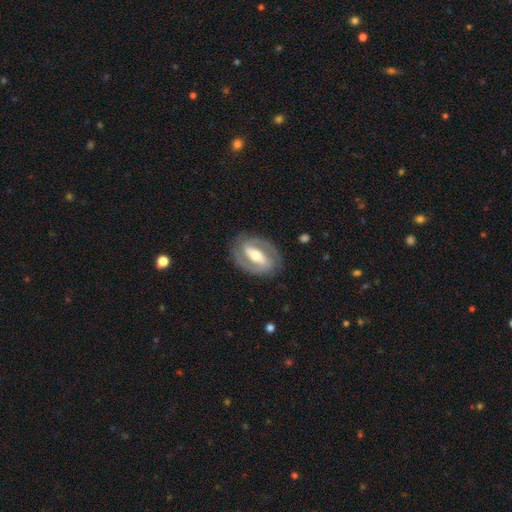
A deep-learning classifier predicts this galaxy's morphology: featured or disk 84%, smooth 12%, star or artifact 4%. Down the decision tree: edge-on disk — no (94%); bar — strong (66%); spiral arms — yes (85%); spiral arm count — 2 (89%); spiral winding — tight (46%); bulge size — moderate (65%); merging — none (84%).